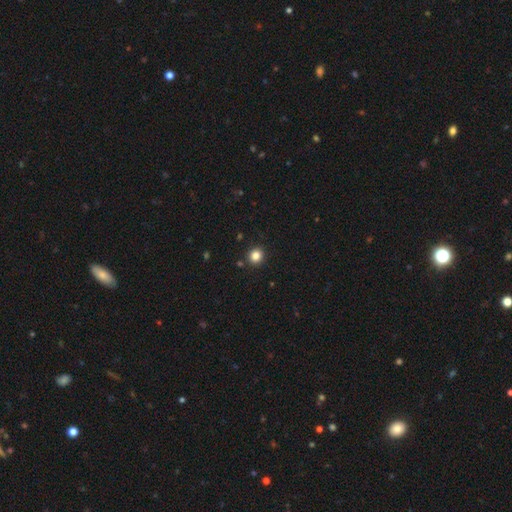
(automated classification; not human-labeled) Smooth or featured: smooth — 83% (star or artifact — 12%)
How rounded: round — 88% (in between — 11%)
Merging: none — 91% (minor disturbance — 5%)